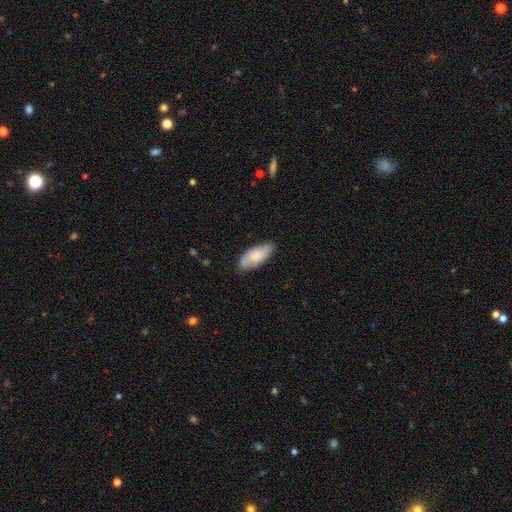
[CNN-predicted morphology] Smooth or featured: smooth — 72% (featured or disk — 22%)
How rounded: in between — 85% (cigar-shaped — 13%)
Merging: none — 79% (minor disturbance — 17%)